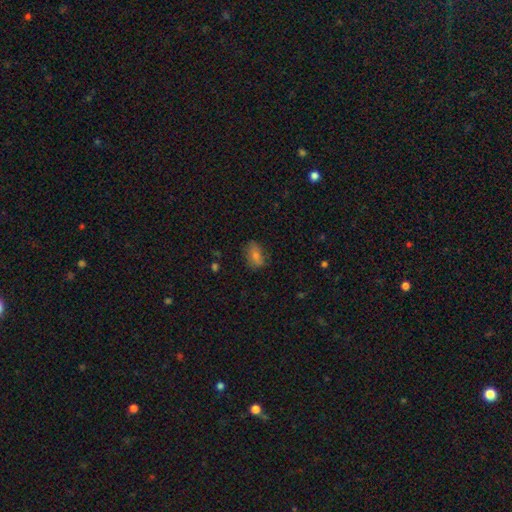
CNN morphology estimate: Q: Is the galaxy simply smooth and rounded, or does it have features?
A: smooth — 67%.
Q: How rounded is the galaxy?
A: in between — 80%.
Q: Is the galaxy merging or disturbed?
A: none — 78%.